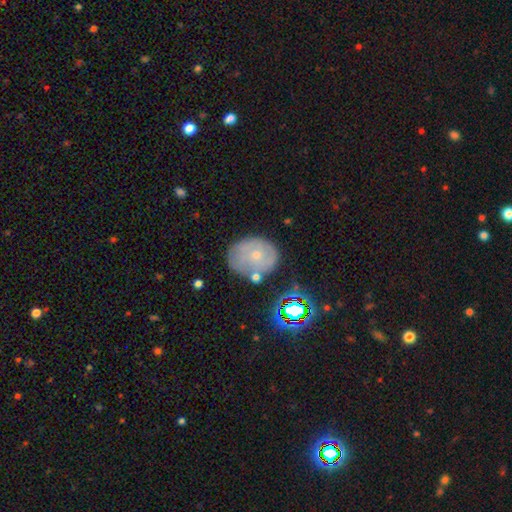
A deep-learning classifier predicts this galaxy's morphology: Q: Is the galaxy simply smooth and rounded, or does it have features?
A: featured or disk — 47%.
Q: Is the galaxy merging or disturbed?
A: none — 57%.